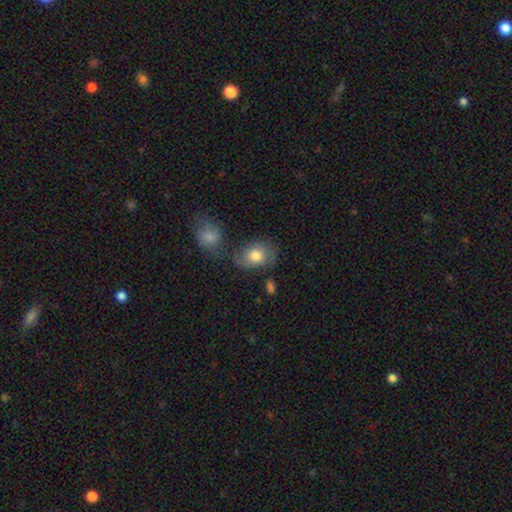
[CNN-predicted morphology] smooth-or-featured: smooth: 77% | featured or disk: 16% | star or artifact: 7%
  how-rounded: in between: 62% | round: 37% | cigar-shaped: 1%
  merging: none: 49% | minor disturbance: 22% | merger: 19% | major disturbance: 10%